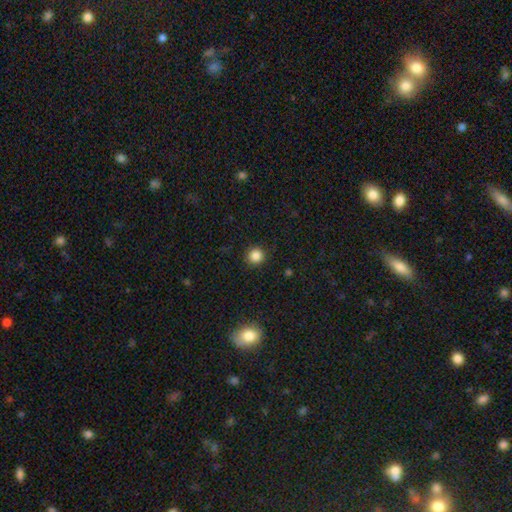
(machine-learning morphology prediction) smooth_or_featured: smooth (p=0.84) [alt: star or artifact p=0.12]
how_rounded: round (p=0.93) [alt: in between p=0.06]
merging: none (p=0.91) [alt: minor disturbance p=0.06]